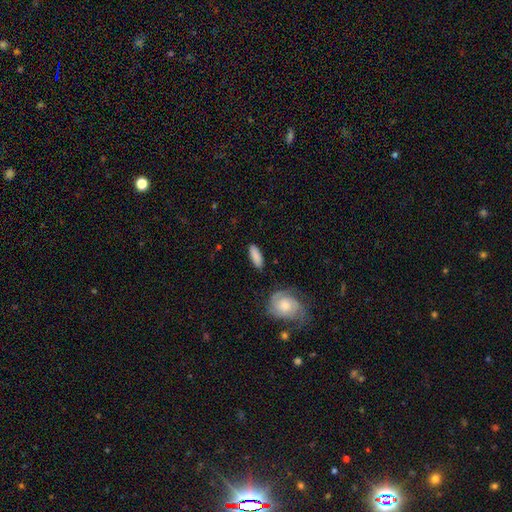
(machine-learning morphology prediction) Overall: smooth (83%). How rounded: in between (64%; cigar-shaped 34%). Merging: none (82%).